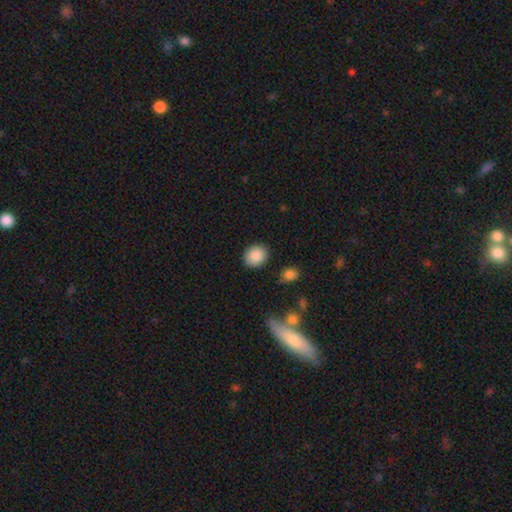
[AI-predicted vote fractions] A smooth galaxy with no disk features (87%) that is round (66%).

Vote fractions:
- Smooth or featured? smooth: 87% / star or artifact: 8% / featured or disk: 5%
- How rounded? round: 66% / in between: 33% / cigar-shaped: 1%
- Merging? none: 87% / minor disturbance: 9% / major disturbance: 2% / merger: 2%